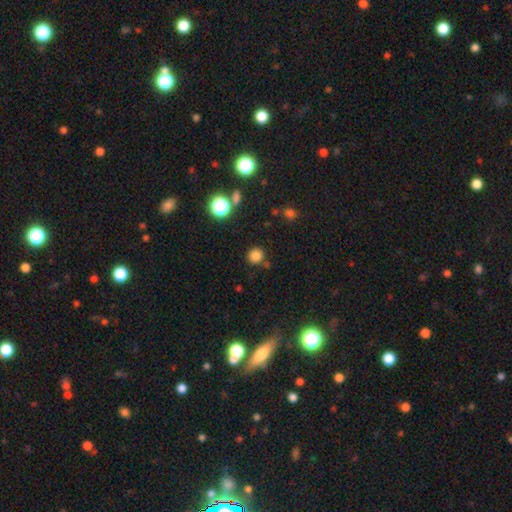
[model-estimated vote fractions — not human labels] This is clearly a smooth galaxy (80%). How rounded: clearly round (91%). Merging: clearly none (82%).